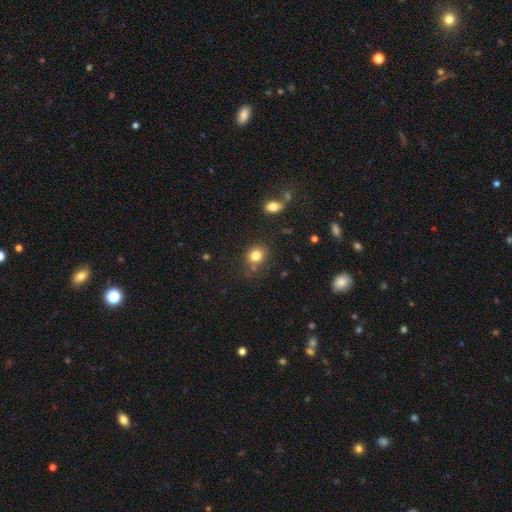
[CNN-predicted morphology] A smooth galaxy with no disk features (80%) that is round (67%).

Vote fractions:
- Smooth or featured? smooth: 80% / star or artifact: 12% / featured or disk: 8%
- How rounded? round: 67% / in between: 32% / cigar-shaped: 1%
- Merging? none: 73% / minor disturbance: 14% / merger: 9% / major disturbance: 5%